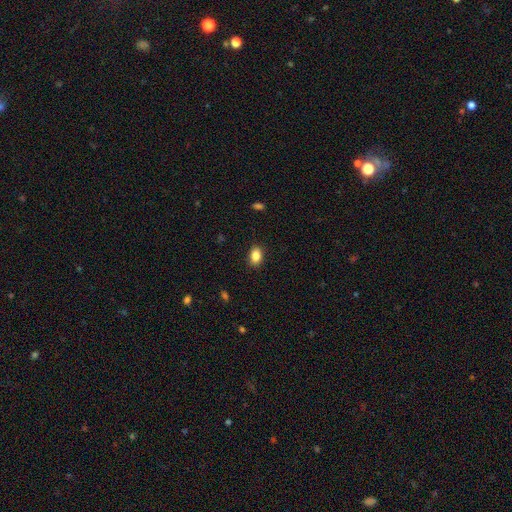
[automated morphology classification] Smooth or featured: smooth — 86% (star or artifact — 9%)
How rounded: in between — 80% (round — 19%)
Merging: none — 88% (minor disturbance — 9%)